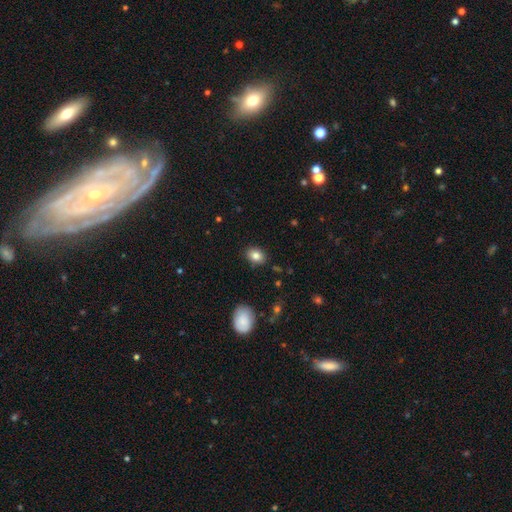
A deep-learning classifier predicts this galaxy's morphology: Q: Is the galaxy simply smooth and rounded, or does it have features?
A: smooth — 83%.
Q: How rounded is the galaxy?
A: in between — 68%.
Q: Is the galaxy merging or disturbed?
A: none — 87%.